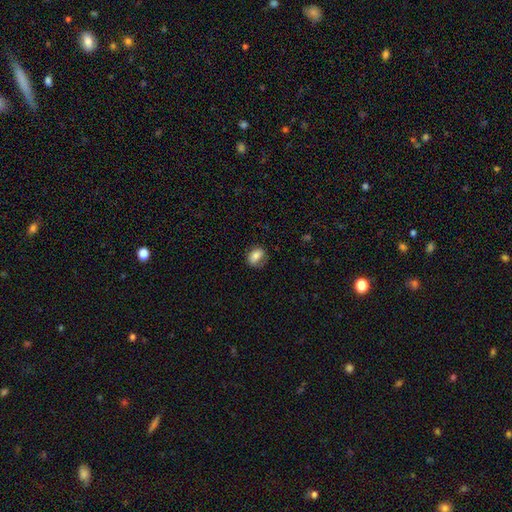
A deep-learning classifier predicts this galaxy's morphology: type=smooth (78%); roundness=in between (70%); merging=none (66%).